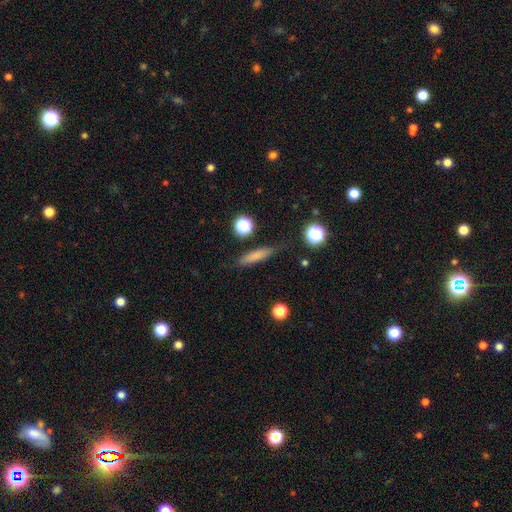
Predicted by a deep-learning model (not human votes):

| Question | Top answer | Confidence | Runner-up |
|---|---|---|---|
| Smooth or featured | smooth | 76% | featured or disk (14%) |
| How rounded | cigar-shaped | 79% | in between (17%) |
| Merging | none | 81% | minor disturbance (14%) |